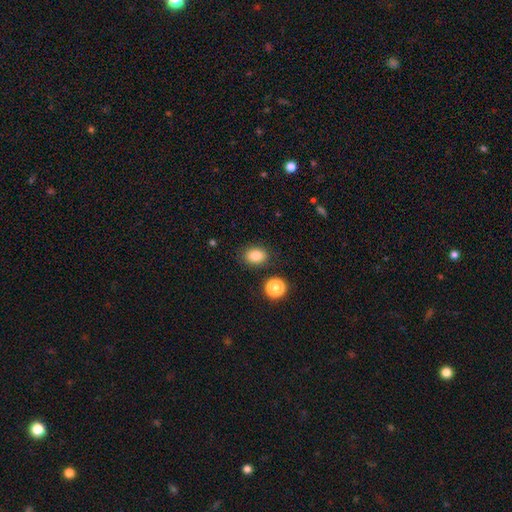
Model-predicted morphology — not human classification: Smooth or featured?
  - smooth: 83% *
  - star or artifact: 11%
  - featured or disk: 6%
How rounded?
  - in between: 65% *
  - round: 34%
  - cigar-shaped: 1%
Merging?
  - none: 84% *
  - minor disturbance: 10%
  - merger: 4%
  - major disturbance: 3%